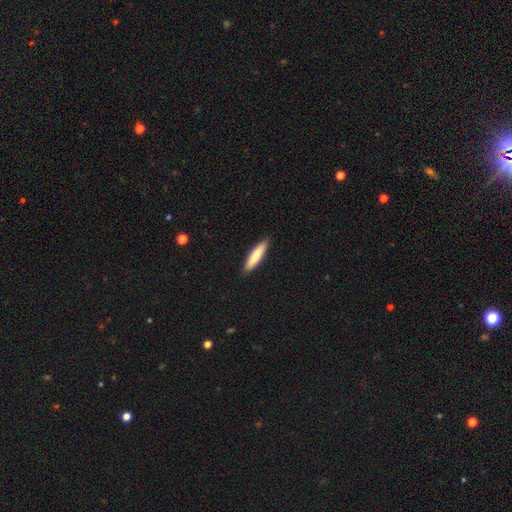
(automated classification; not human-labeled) The model was most divided on "how rounded": cigar-shaped: 81%, in between: 18%, round: 1%. More confident: merging — none (89%); smooth or featured — smooth (83%).